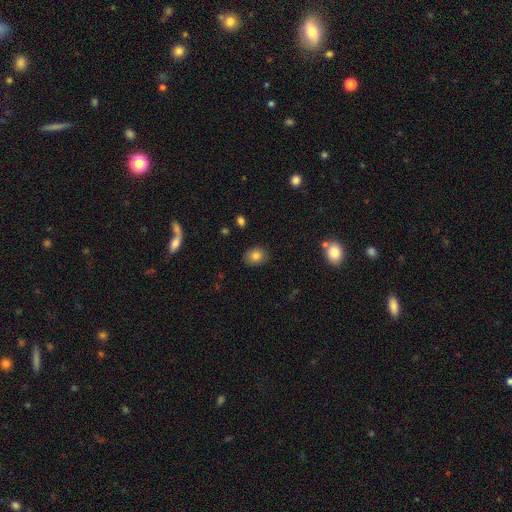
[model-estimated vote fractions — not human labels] Smooth or featured? smooth (81%)
How rounded? in between (54%)
Merging? none (87%)